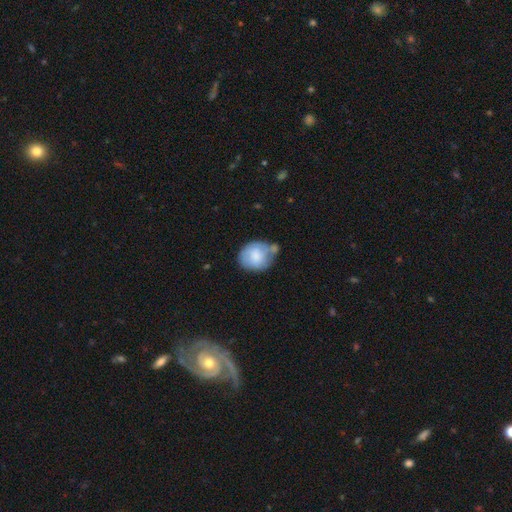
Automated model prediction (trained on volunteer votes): smooth_or_featured: smooth (p=0.75) [alt: featured or disk p=0.19]
how_rounded: round (p=0.65) [alt: in between p=0.34]
merging: none (p=0.38) [alt: minor disturbance p=0.31]